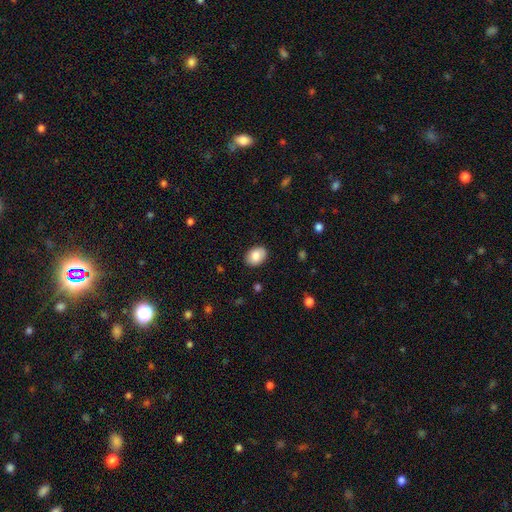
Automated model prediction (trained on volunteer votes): This is clearly a smooth galaxy (85%). How rounded: likely in between (76%). Merging: clearly none (88%).